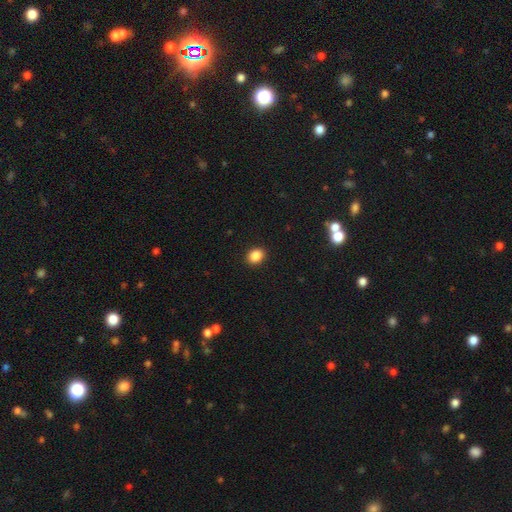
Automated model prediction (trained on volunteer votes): Smooth or featured? smooth (87%)
How rounded? round (50%)
Merging? none (91%)